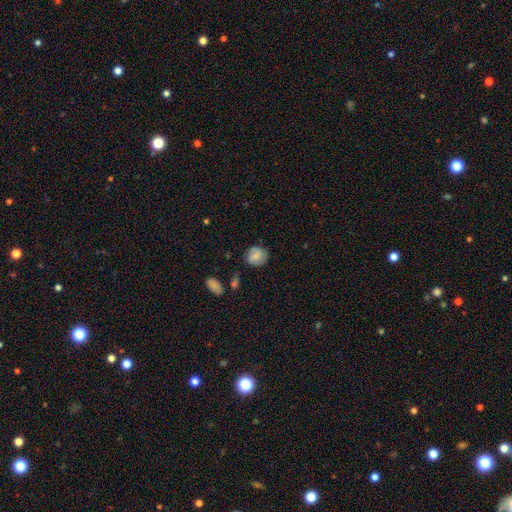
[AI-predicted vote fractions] A smooth galaxy with no disk features (64%) that is round (73%).

Vote fractions:
- Smooth or featured? smooth: 64% / featured or disk: 28% / star or artifact: 8%
- How rounded? round: 73% / in between: 26% / cigar-shaped: 1%
- Merging? none: 72% / minor disturbance: 20% / major disturbance: 6% / merger: 3%